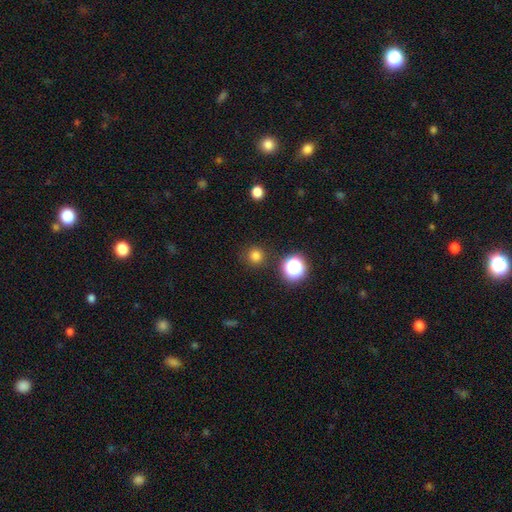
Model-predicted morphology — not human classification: This appears to be a smooth galaxy with no disk features (77%) that is round (94%). Merging: none (88%).